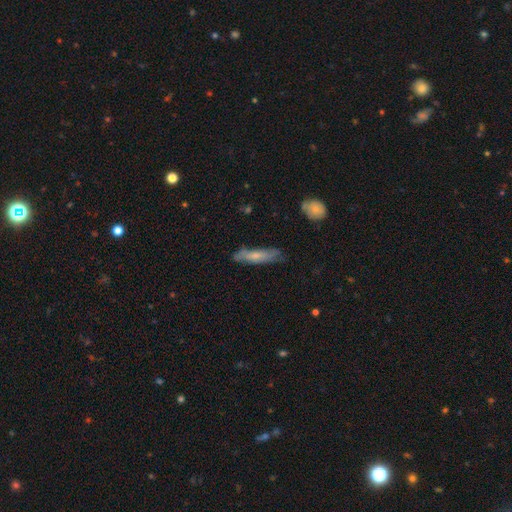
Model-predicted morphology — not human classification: This appears to be a smooth galaxy with no disk features (56%) that is cigar-shaped (78%). Merging: none (71%).